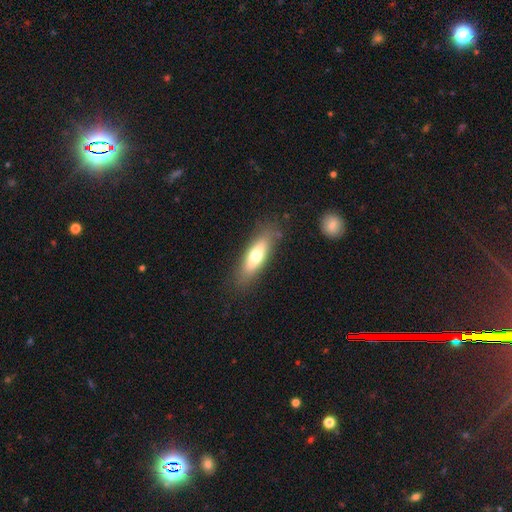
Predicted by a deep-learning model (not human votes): A smooth galaxy with no disk features (64%) that is cigar-shaped (49%, tied with in between).

Vote fractions:
- Smooth or featured? smooth: 64% / featured or disk: 29% / star or artifact: 7%
- How rounded? cigar-shaped: 49% (tied) / in between: 49% (tied) / round: 2%
- Merging? none: 82% / minor disturbance: 13% / major disturbance: 4% / merger: 2%